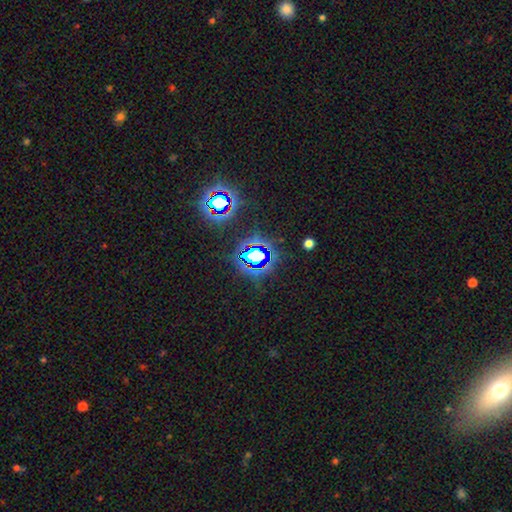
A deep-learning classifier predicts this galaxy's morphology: The model was most divided on "smooth or featured": star or artifact: 74%, smooth: 15%, featured or disk: 11%.